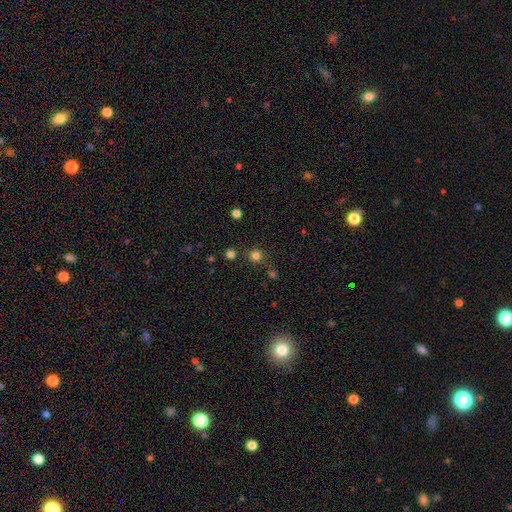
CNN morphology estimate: The model was most divided on "smooth or featured": smooth: 77%, star or artifact: 18%, featured or disk: 5%. More confident: how rounded — round (92%); merging — none (81%).